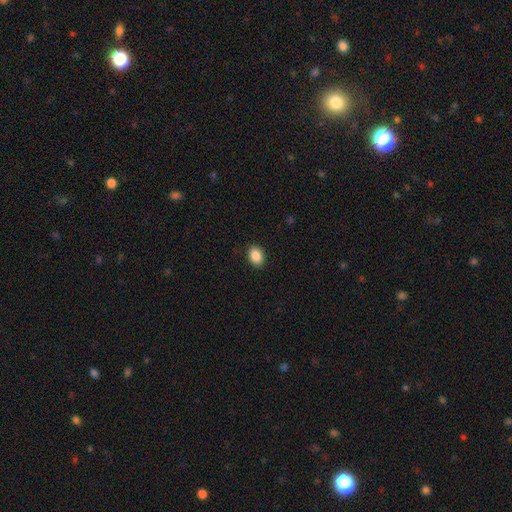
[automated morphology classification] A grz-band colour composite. It shows a smooth galaxy with no disk features (89%) that is in between round and cigar-shaped (80%). Merging: none (89%).